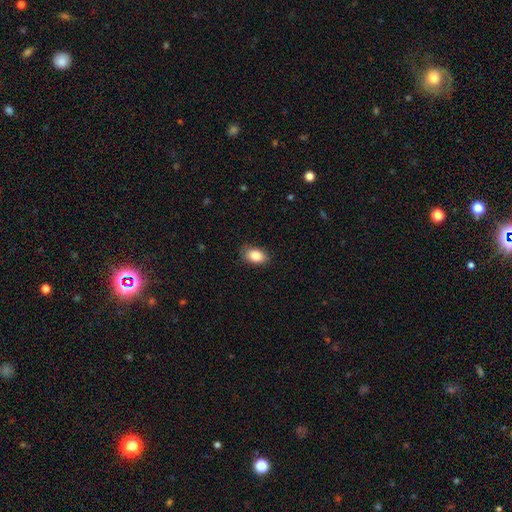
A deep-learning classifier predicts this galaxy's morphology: A smooth galaxy with no disk features (85%) that is in between round and cigar-shaped (87%).

Vote fractions:
- Smooth or featured? smooth: 85% / star or artifact: 8% / featured or disk: 7%
- How rounded? in between: 87% / round: 11% / cigar-shaped: 1%
- Merging? none: 85% / minor disturbance: 12% / major disturbance: 3% / merger: 1%